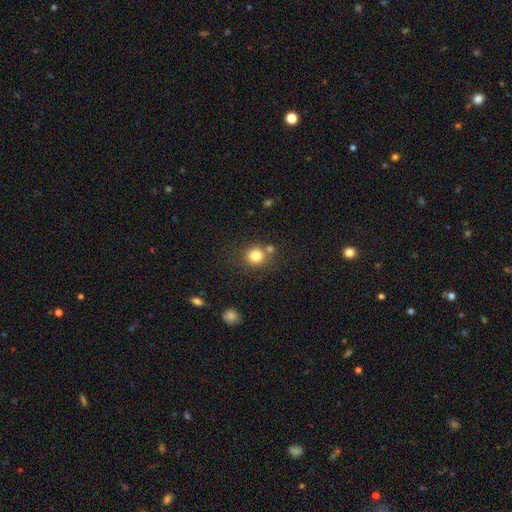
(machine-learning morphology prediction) Smooth or featured? smooth (81%)
How rounded? round (88%)
Merging? none (70%)